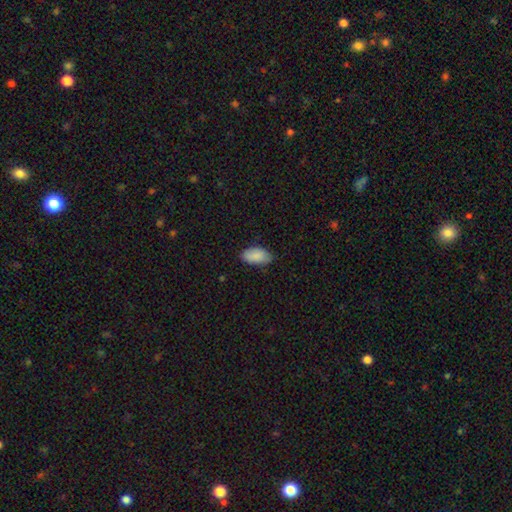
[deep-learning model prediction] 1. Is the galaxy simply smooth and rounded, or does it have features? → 89% smooth, 6% star or artifact, 5% featured or disk.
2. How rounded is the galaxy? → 94% in between, 3% cigar-shaped, 3% round.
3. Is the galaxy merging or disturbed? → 80% none, 17% minor disturbance, 3% major disturbance, 1% merger.